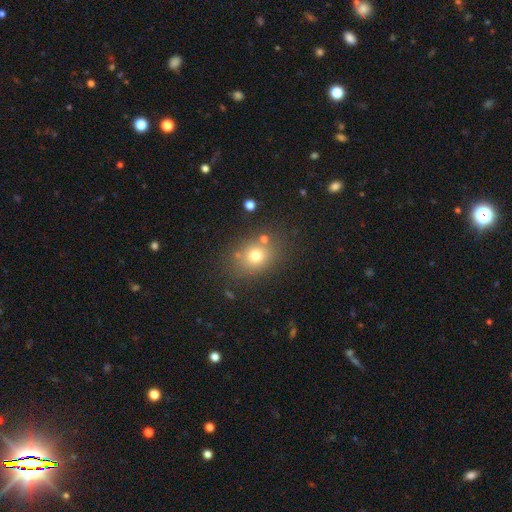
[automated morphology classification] A smooth galaxy with no disk features (72%) that is round (54%).

Vote fractions:
- Smooth or featured? smooth: 72% / star or artifact: 16% / featured or disk: 12%
- How rounded? round: 54% / in between: 45% / cigar-shaped: 1%
- Merging? none: 75% / minor disturbance: 12% / merger: 8% / major disturbance: 5%